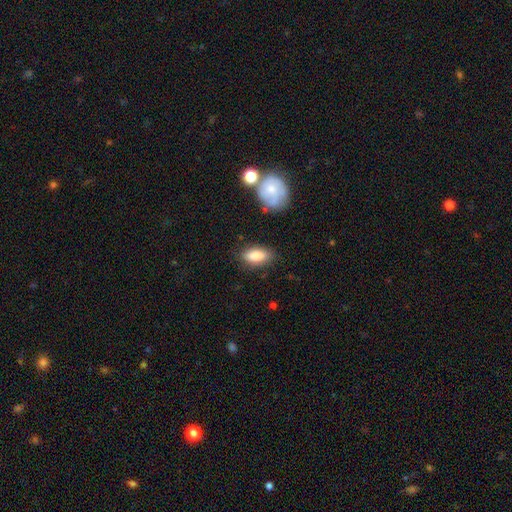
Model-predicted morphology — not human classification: type=smooth (85%); roundness=in between (84%); merging=none (81%).